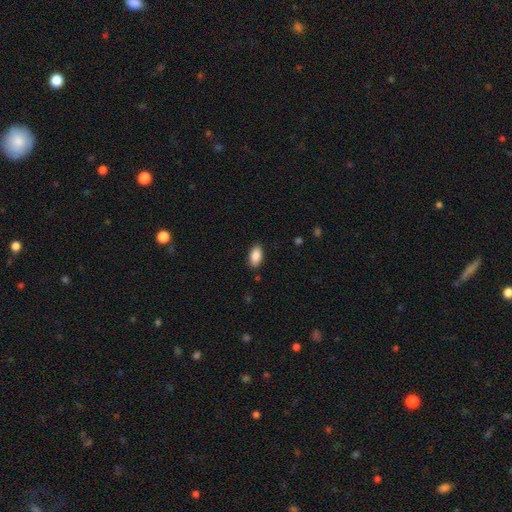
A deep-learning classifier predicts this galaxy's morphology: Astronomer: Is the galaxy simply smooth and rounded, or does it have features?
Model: smooth — 89%.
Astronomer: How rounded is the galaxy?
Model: in between — 93%.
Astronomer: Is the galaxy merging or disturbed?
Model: none — 86%.